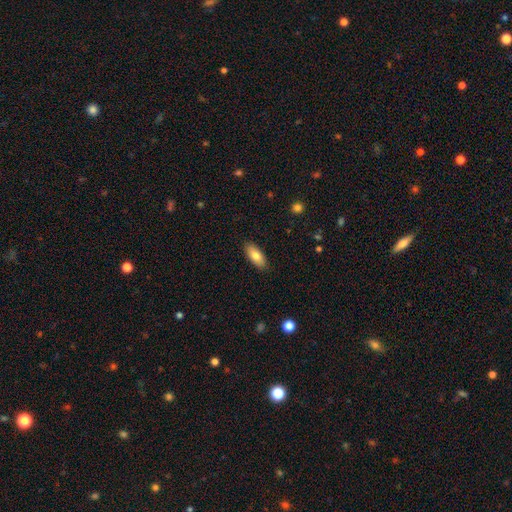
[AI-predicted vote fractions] Overall: smooth (80%). How rounded: in between (83%). Merging: none (88%).